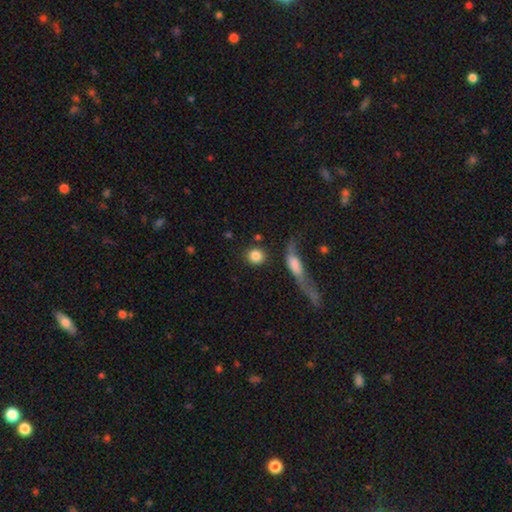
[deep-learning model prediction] smooth_or_featured: smooth (p=0.85) [alt: star or artifact p=0.08]
how_rounded: round (p=0.84) [alt: in between p=0.13]
merging: none (p=0.79) [alt: minor disturbance p=0.09]